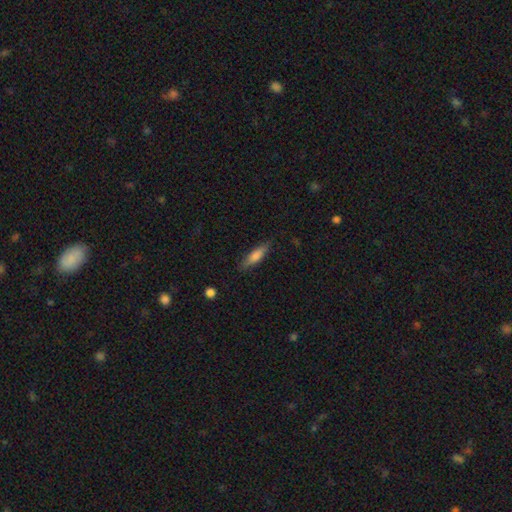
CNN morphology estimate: smooth_or_featured: smooth (p=0.72) [alt: featured or disk p=0.22]
how_rounded: cigar-shaped (p=0.67) [alt: in between p=0.31]
merging: none (p=0.82) [alt: minor disturbance p=0.13]